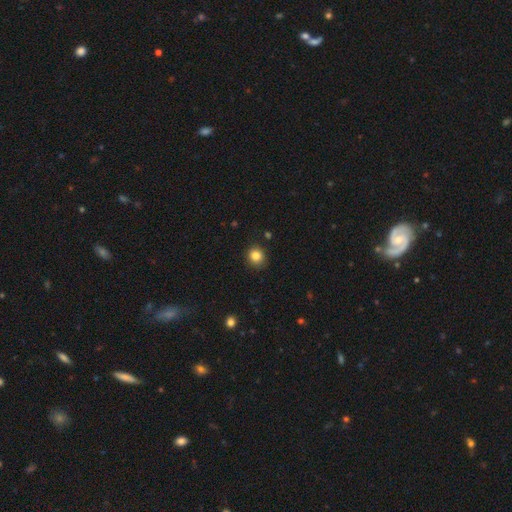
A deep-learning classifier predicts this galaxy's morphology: Smooth or featured: smooth — 83% (star or artifact — 11%)
How rounded: round — 89% (in between — 10%)
Merging: none — 90% (minor disturbance — 7%)